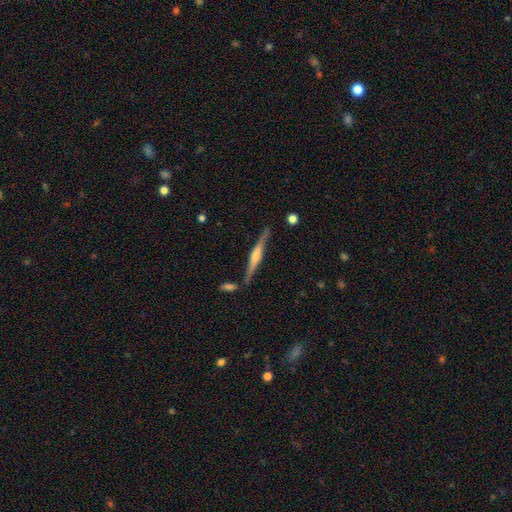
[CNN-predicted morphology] Q: Smooth or featured?
A: featured or disk (76%); runner-up: smooth (18%)
Q: Edge-on disk?
A: yes (98%); runner-up: no (2%)
Q: Edge-on bulge?
A: rounded (73%); runner-up: boxy (18%)
Q: Merging?
A: none (84%); runner-up: minor disturbance (10%)